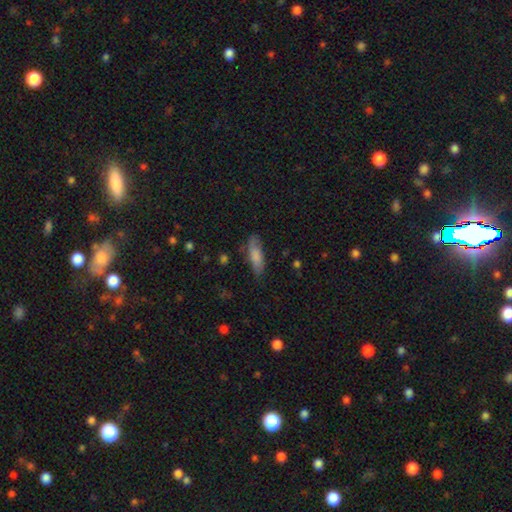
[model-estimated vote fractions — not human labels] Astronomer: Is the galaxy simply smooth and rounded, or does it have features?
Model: smooth — 79%.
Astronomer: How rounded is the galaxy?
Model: in between — 55% (runner-up: cigar-shaped, 43%).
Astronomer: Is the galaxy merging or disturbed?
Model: none — 74%.